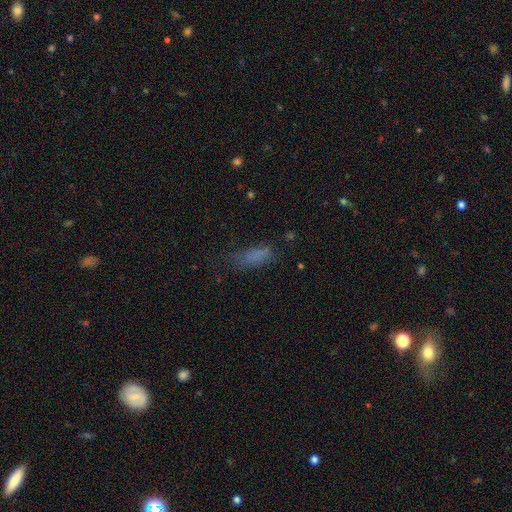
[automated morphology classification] Q: Smooth or featured?
A: smooth (72%); runner-up: star or artifact (15%)
Q: How rounded?
A: in between (56%); runner-up: cigar-shaped (41%)
Q: Merging?
A: none (53%); runner-up: minor disturbance (26%)